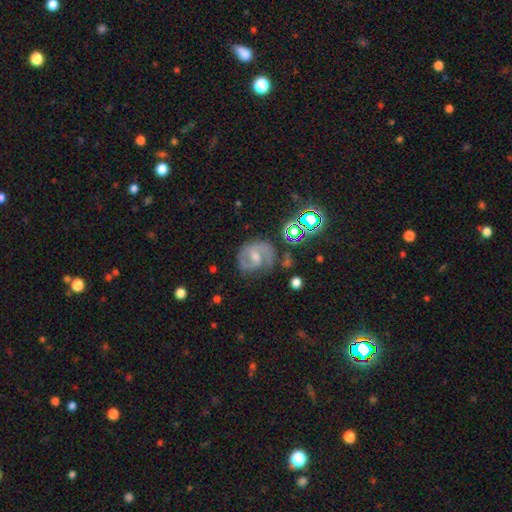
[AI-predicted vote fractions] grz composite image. It shows a featured or disk galaxy (77%) with a weak bar (53%), 2 (80%) medium (52%) spiral arms (93%) and a moderate central bulge (50%). Merging: none (67%).